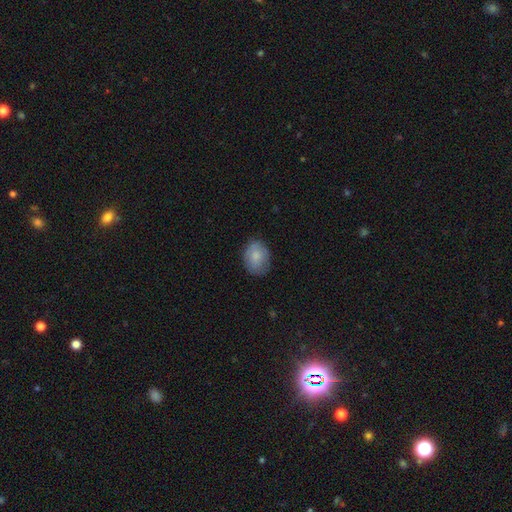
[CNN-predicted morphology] type=smooth (81%); roundness=in between (65%); merging=none (77%).